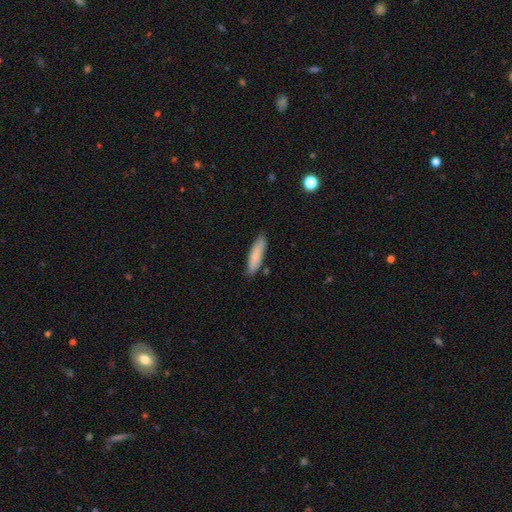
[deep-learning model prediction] Q: Smooth or featured?
A: smooth (84%); runner-up: featured or disk (10%)
Q: How rounded?
A: cigar-shaped (69%); runner-up: in between (30%)
Q: Merging?
A: none (83%); runner-up: minor disturbance (13%)